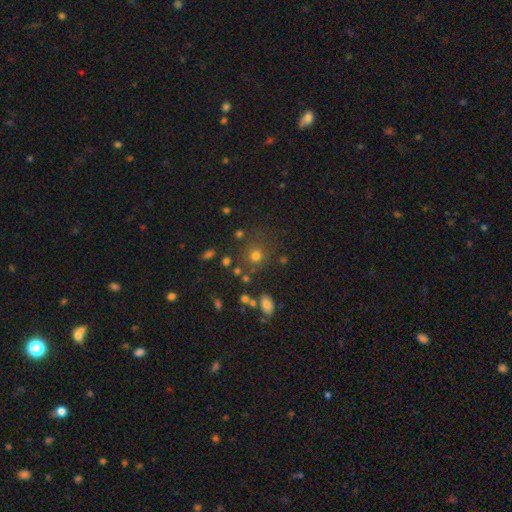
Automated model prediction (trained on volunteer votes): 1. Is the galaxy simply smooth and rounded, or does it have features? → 73% smooth, 19% star or artifact, 9% featured or disk.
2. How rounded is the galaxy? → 87% round, 12% in between, 1% cigar-shaped.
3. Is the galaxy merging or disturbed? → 75% none, 11% minor disturbance, 8% merger, 6% major disturbance.